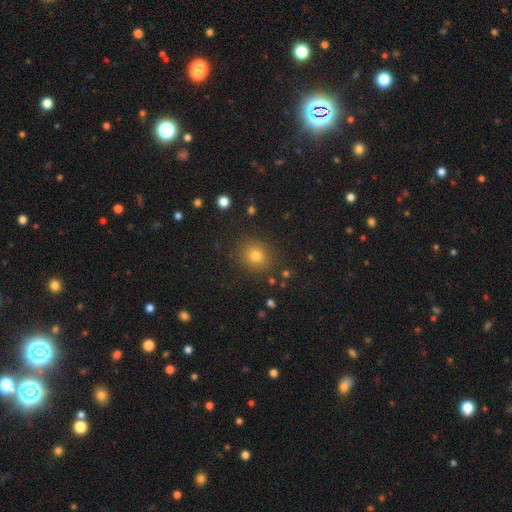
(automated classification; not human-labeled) Smooth or featured? smooth (77%)
How rounded? round (84%)
Merging? none (89%)